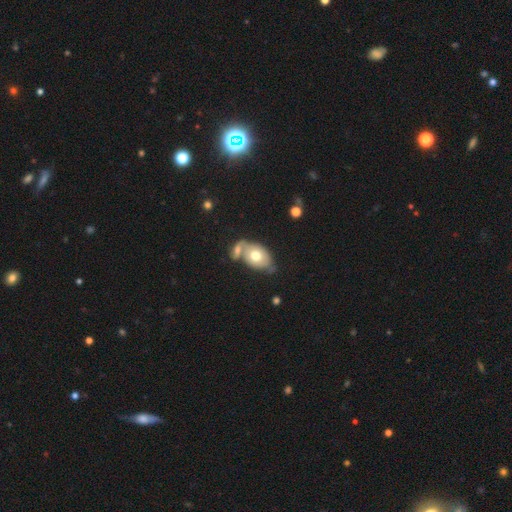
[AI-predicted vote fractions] This appears to be a smooth galaxy with no disk features (66%) that is in between round and cigar-shaped (84%). Merging: merger (44%).